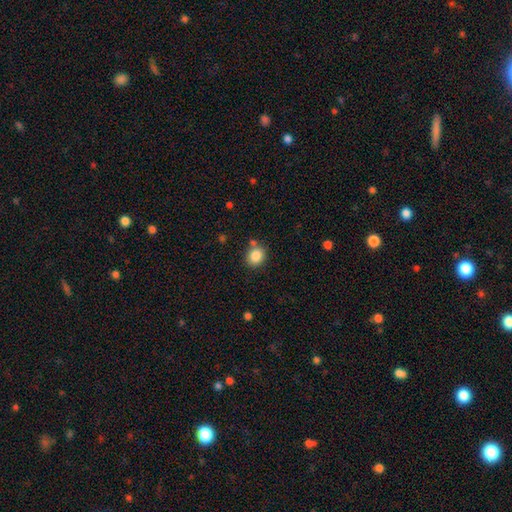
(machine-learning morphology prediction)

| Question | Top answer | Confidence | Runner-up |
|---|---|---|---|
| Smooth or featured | smooth | 85% | star or artifact (10%) |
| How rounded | round | 69% | in between (30%) |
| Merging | none | 77% | minor disturbance (11%) |